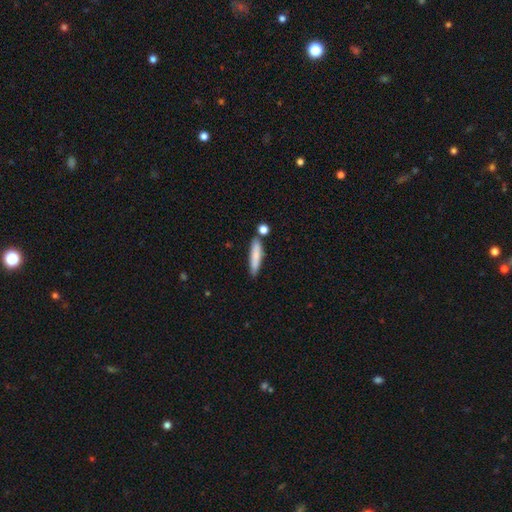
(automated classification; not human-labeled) Overall: smooth (77%). How rounded: cigar-shaped (81%). Merging: none (72%).